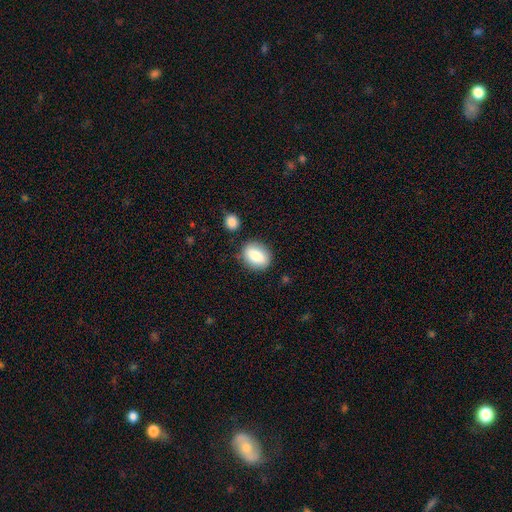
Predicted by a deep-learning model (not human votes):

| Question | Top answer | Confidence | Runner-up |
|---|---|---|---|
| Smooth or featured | smooth | 83% | featured or disk (9%) |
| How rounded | in between | 67% | round (31%) |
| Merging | none | 79% | minor disturbance (13%) |